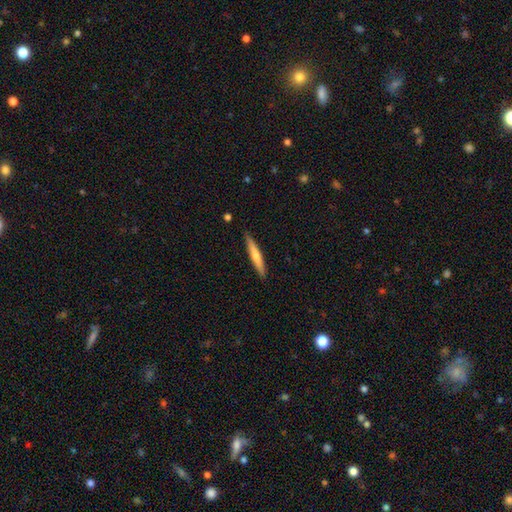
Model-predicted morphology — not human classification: Smooth or featured: smooth — 62% (featured or disk — 33%)
How rounded: cigar-shaped — 93% (in between — 5%)
Merging: none — 89% (minor disturbance — 9%)